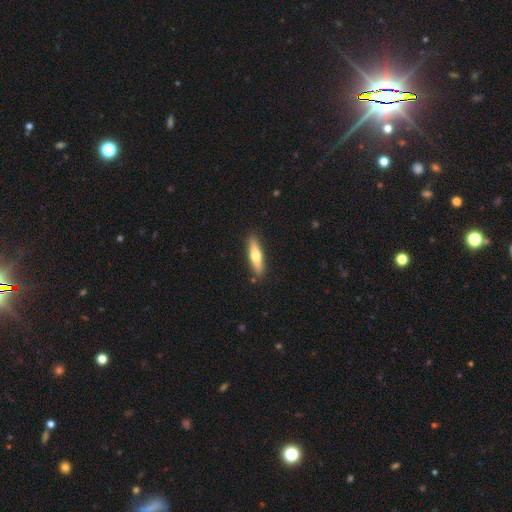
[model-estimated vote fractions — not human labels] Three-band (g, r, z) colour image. It shows a smooth galaxy with no disk features (59%) that is cigar-shaped (73%). Merging: none (88%).